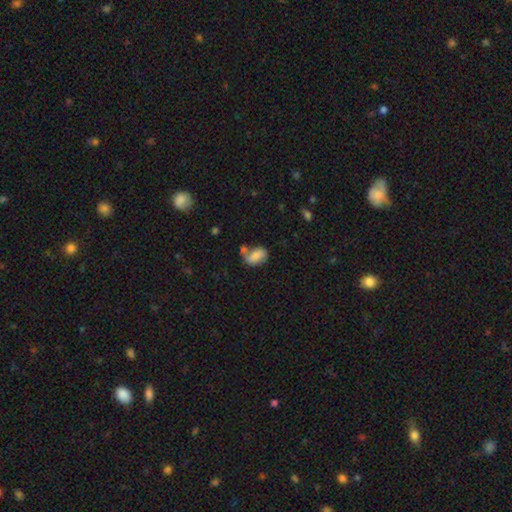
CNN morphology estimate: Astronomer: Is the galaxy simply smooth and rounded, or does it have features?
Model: smooth — 76%.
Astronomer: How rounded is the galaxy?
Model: in between — 86%.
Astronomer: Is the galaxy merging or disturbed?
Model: none — 46% (runner-up: merger, 25%).